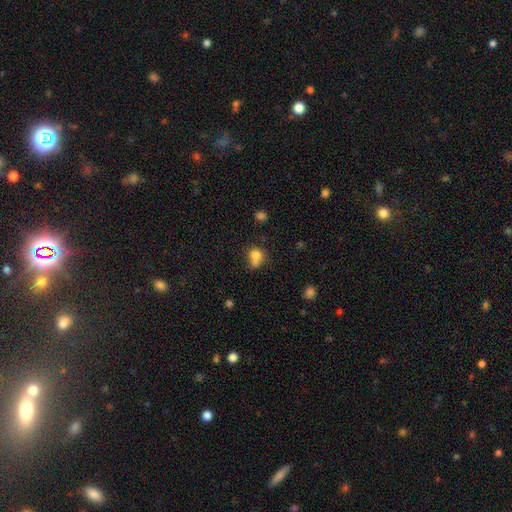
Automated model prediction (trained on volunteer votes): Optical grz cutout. It shows a smooth galaxy with no disk features (77%) that is round (64%). Merging: merger (40%).